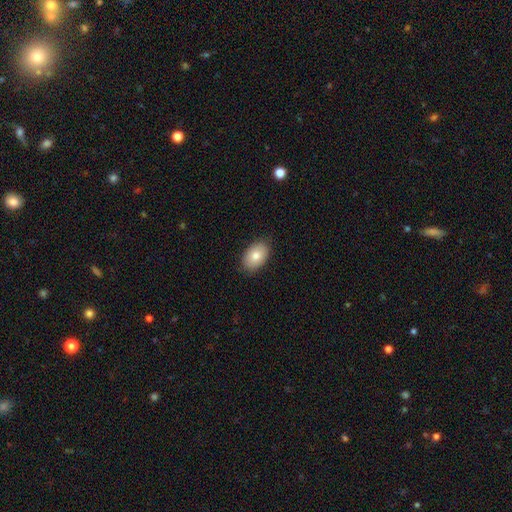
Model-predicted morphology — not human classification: This is clearly a smooth galaxy (81%). How rounded: clearly in between (89%). Merging: clearly none (87%).